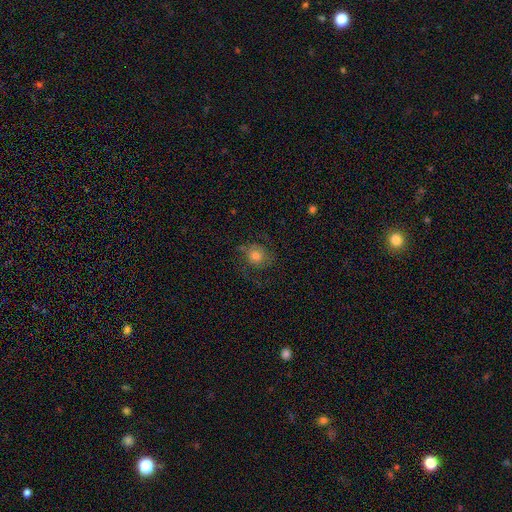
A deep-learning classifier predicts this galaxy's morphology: Q: Smooth or featured?
A: smooth (48%); runner-up: featured or disk (41%)
Q: Merging?
A: none (63%); runner-up: minor disturbance (18%)